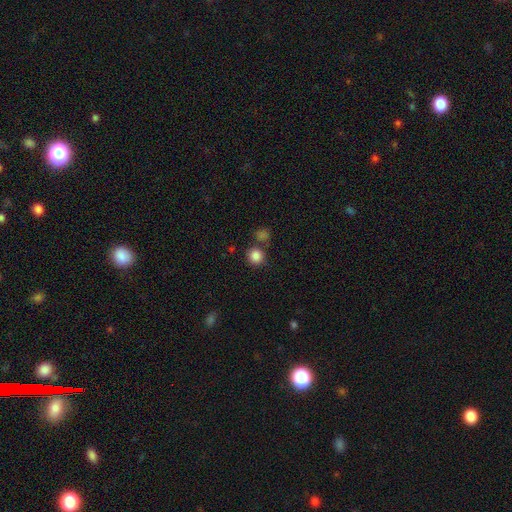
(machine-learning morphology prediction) Smooth or featured: smooth — 85% (star or artifact — 11%)
How rounded: round — 90% (in between — 9%)
Merging: none — 72% (merger — 16%)